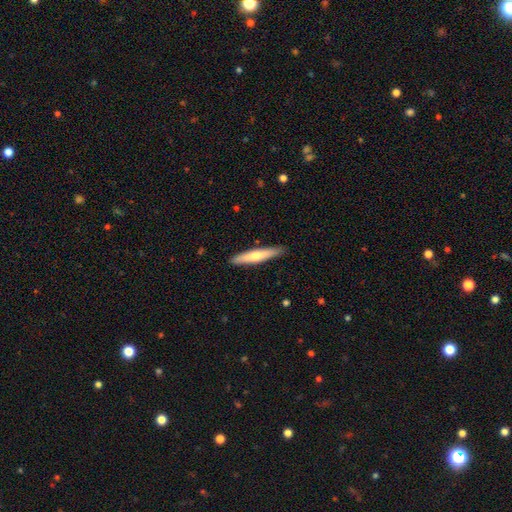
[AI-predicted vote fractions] This is likely a smooth galaxy (61%). How rounded: clearly cigar-shaped (89%). Merging: clearly none (89%).